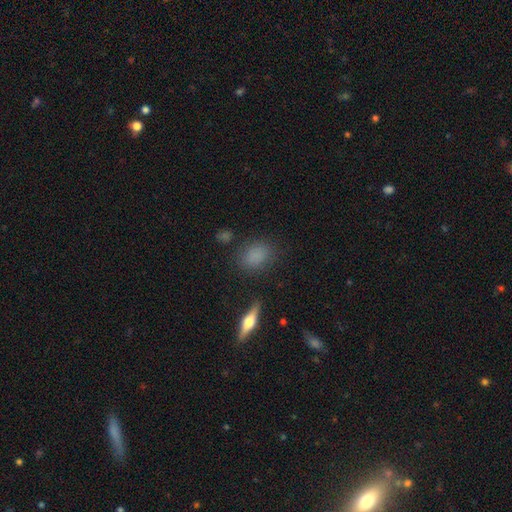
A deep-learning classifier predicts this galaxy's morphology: This is likely a smooth galaxy (79%). How rounded: likely in between (61%). Merging: clearly none (81%).